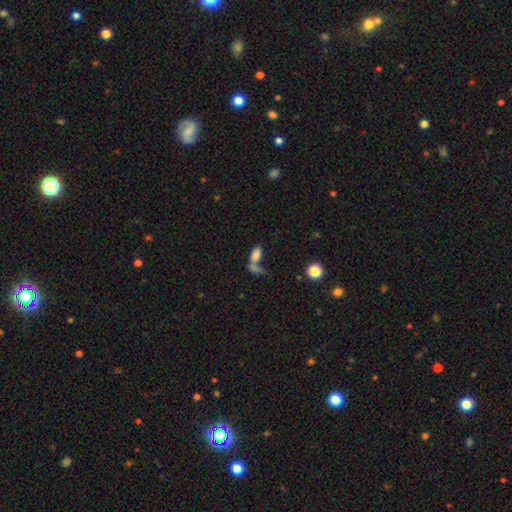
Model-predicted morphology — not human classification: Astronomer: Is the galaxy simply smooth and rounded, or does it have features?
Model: smooth — 76%.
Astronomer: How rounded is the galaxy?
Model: in between — 83%.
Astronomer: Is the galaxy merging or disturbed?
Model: merger — 57%.